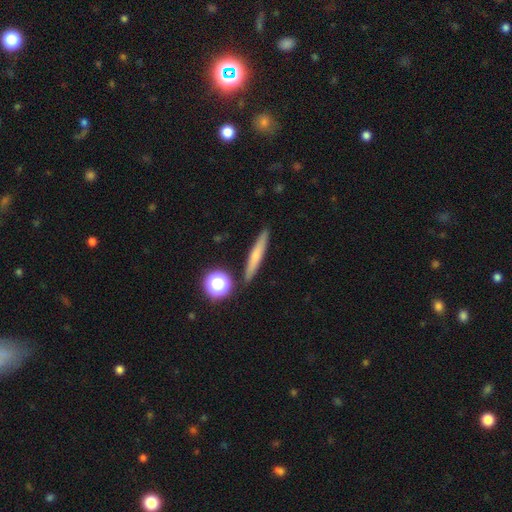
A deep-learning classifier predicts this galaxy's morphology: Smooth or featured: smooth — 57% (featured or disk — 34%)
How rounded: cigar-shaped — 89% (in between — 7%)
Merging: none — 89% (minor disturbance — 7%)